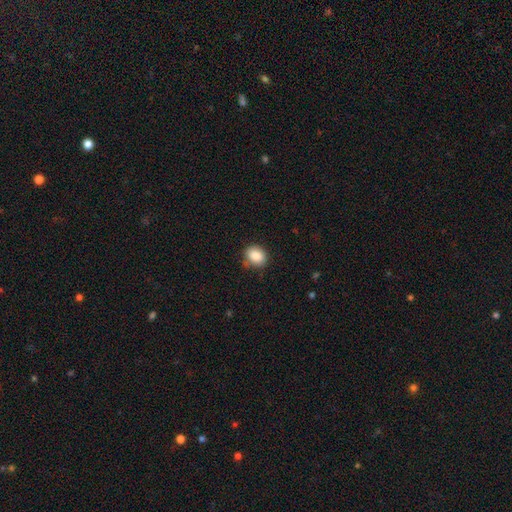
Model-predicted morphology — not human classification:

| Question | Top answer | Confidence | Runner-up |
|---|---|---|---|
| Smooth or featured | smooth | 87% | star or artifact (8%) |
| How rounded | in between | 54% | round (45%) |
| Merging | none | 77% | minor disturbance (17%) |